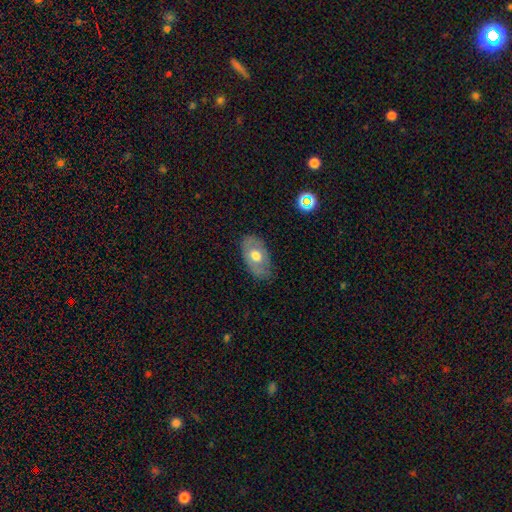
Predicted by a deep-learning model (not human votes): This is possibly a smooth galaxy (54%). How rounded: clearly in between (90%). Merging: likely none (73%).